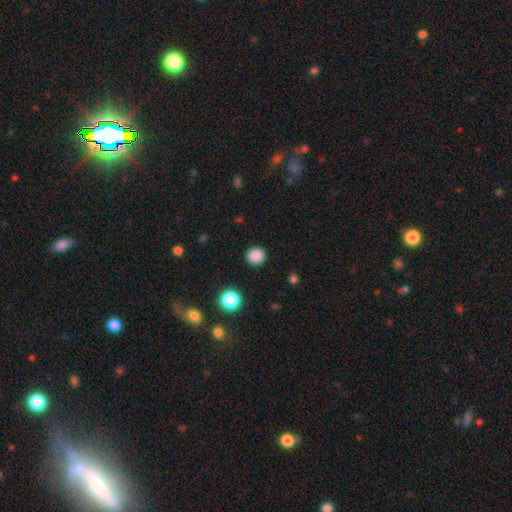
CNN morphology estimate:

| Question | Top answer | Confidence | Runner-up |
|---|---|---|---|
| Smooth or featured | smooth | 86% | star or artifact (11%) |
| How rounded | round | 88% | in between (11%) |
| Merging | none | 91% | minor disturbance (6%) |